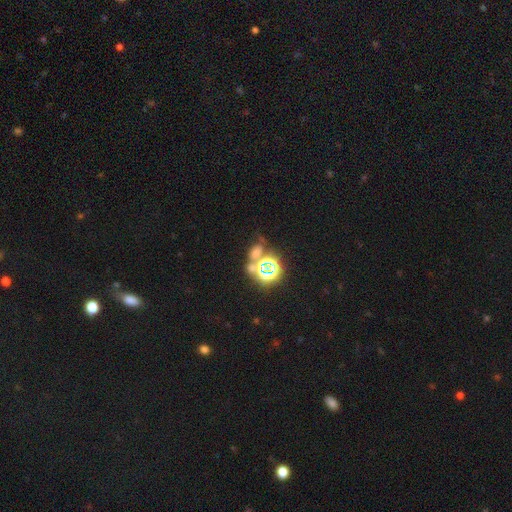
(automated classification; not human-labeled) Smooth or featured? star or artifact (56%)